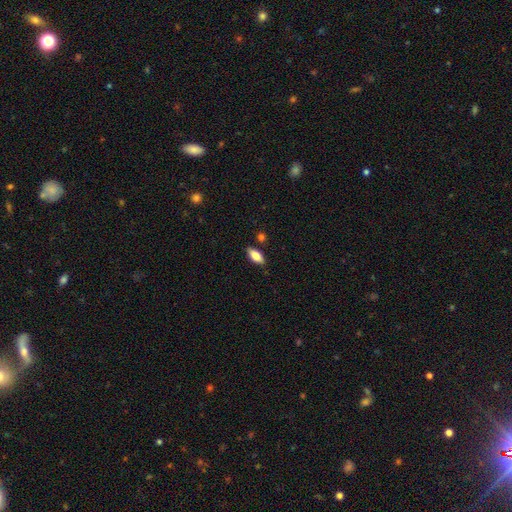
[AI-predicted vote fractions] This appears to be a smooth galaxy with no disk features (78%) that is in between round and cigar-shaped (84%). Merging: none (85%).